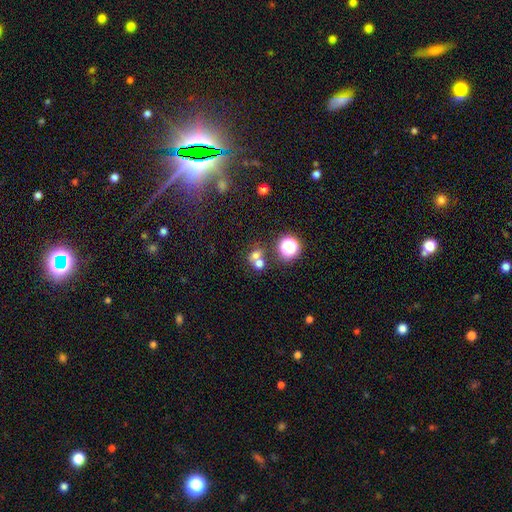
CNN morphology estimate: Smooth or featured? smooth (63%)
How rounded? round (64%)
Merging? merger (49%)